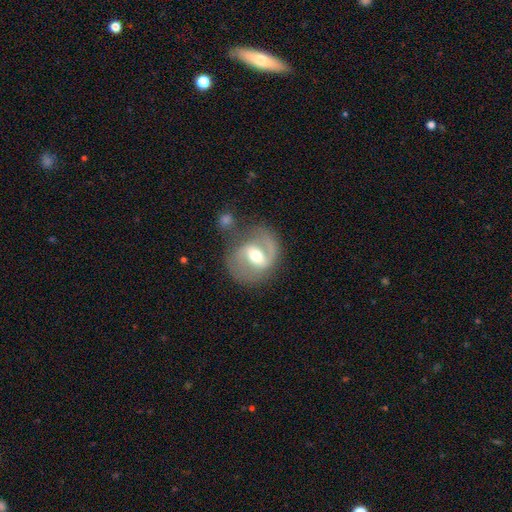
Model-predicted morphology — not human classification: Overall: featured or disk (81%). Edge-on disk: no (97%). Bar: weak (46%; strong 37%). Spiral arms: yes (88%). Spiral arm count: 2 (83%). Spiral winding: medium (53%; loose 27%). Bulge size: moderate (72%). Merging: none (61%).